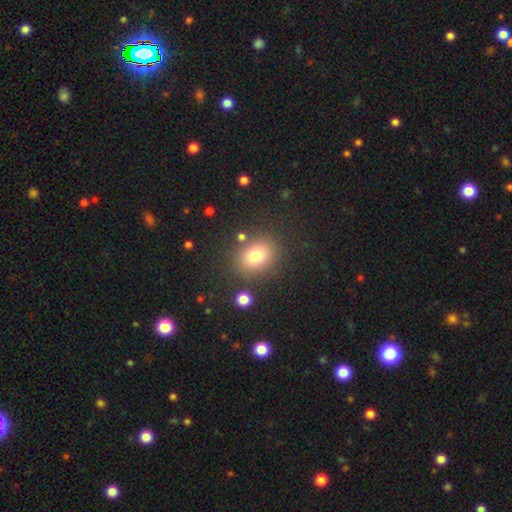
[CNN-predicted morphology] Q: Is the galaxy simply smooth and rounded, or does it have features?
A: smooth — 77%.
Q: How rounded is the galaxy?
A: round — 54%.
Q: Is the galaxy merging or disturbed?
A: none — 81%.